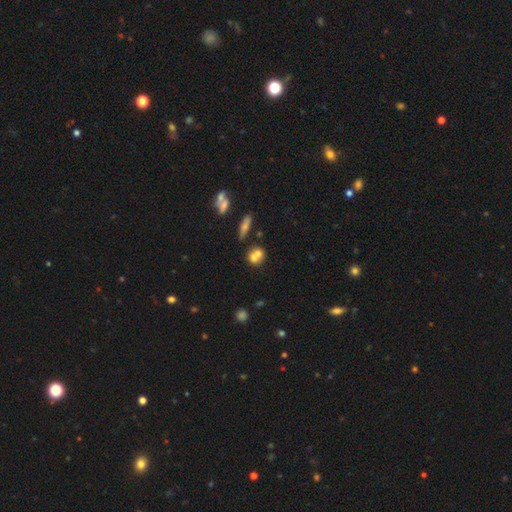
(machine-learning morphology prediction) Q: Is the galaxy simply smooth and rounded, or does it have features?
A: smooth — 67%.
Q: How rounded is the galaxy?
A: round — 70%.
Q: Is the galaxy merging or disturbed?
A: merger — 57%.